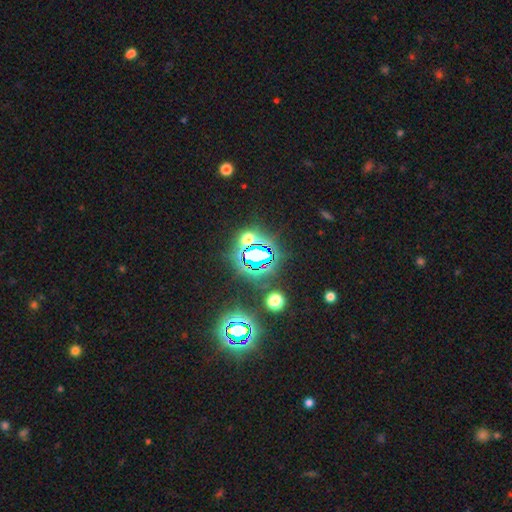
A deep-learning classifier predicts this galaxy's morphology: Overall: star or artifact (75%).